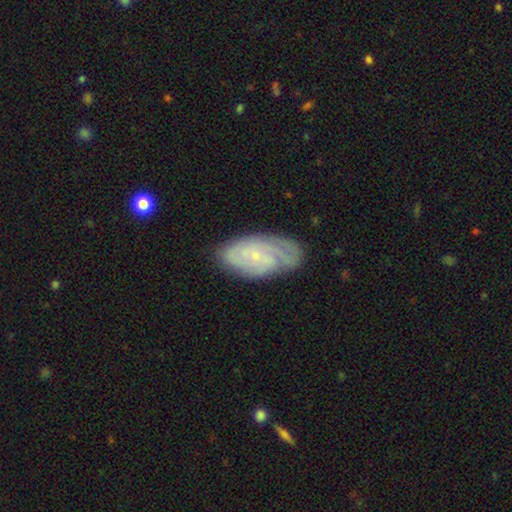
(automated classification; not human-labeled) smooth_or_featured: featured or disk (p=0.73) [alt: smooth p=0.20]
disk_edge_on: no (p=0.95) [alt: yes p=0.05]
bar: no (p=0.69) [alt: weak p=0.26]
has_spiral_arms: yes (p=0.91) [alt: no p=0.09]
spiral_winding: tight (p=0.65) [alt: medium p=0.27]
spiral_arm_count: can't tell (p=0.41) [alt: 2 p=0.23]
bulge_size: small (p=0.82) [alt: moderate p=0.11]
merging: none (p=0.72) [alt: minor disturbance p=0.21]